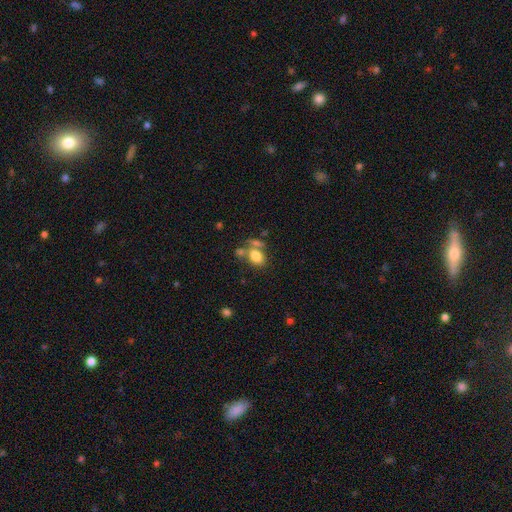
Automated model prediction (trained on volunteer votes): This is likely a smooth galaxy (79%). How rounded: likely in between (77%). Merging: possibly none (48%).